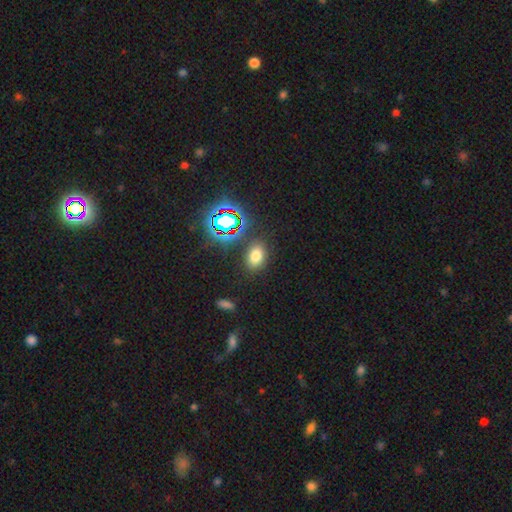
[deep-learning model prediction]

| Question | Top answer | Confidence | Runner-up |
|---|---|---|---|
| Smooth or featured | smooth | 67% | star or artifact (25%) |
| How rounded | in between | 78% | round (21%) |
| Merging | none | 83% | minor disturbance (10%) |